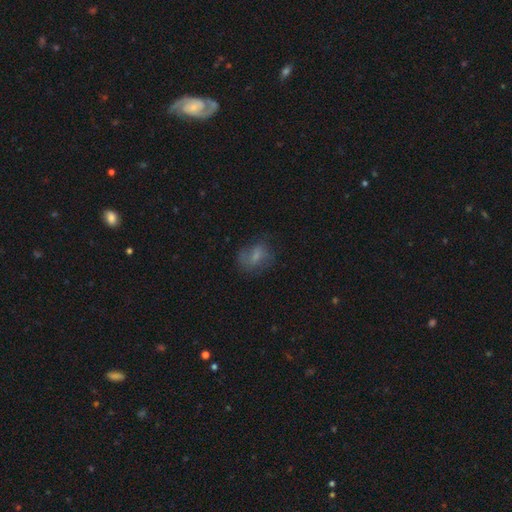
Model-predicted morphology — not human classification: smooth 56%, featured or disk 32%, star or artifact 12%. Down the decision tree: how rounded — in between (63%); merging — none (59%).